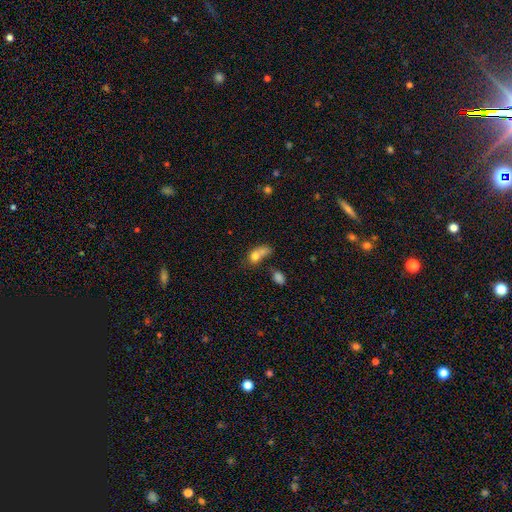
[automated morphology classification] Q: Smooth or featured?
A: smooth (72%); runner-up: featured or disk (17%)
Q: How rounded?
A: in between (61%); runner-up: round (34%)
Q: Merging?
A: merger (50%); runner-up: none (23%)